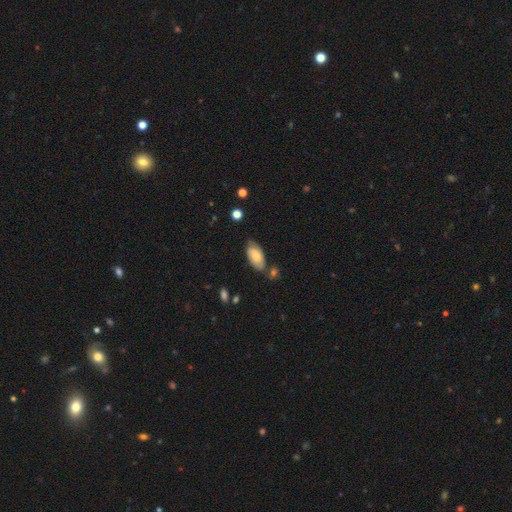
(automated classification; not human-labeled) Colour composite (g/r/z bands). It shows a smooth galaxy with no disk features (69%) that is in between round and cigar-shaped (92%). Merging: none (63%).